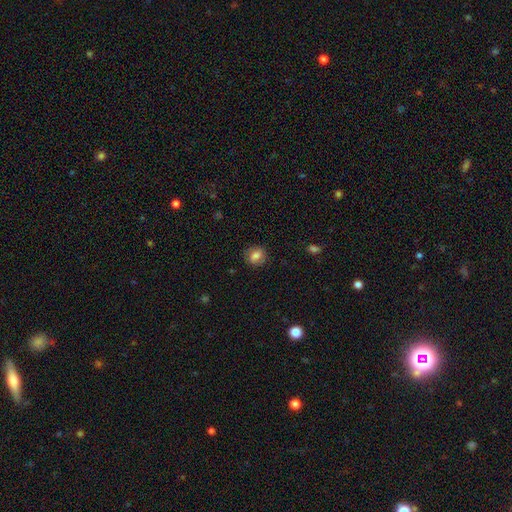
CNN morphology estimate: The model was most divided on "how rounded": round: 67%, in between: 32%, cigar-shaped: 1%. More confident: merging — none (82%); smooth or featured — smooth (74%).